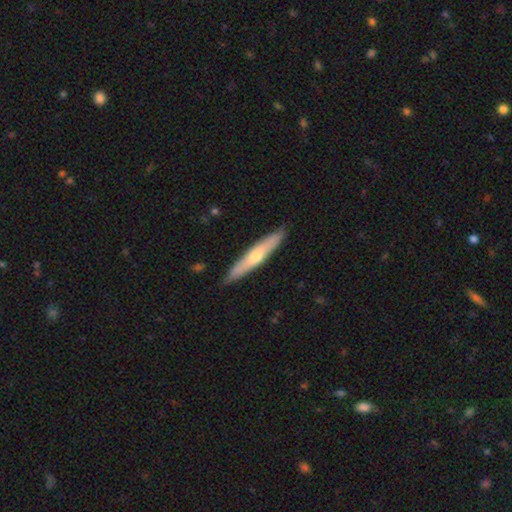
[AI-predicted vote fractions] This is possibly a featured or disk galaxy (52%). It is clearly viewed edge-on (90%). Merging: clearly none (90%).